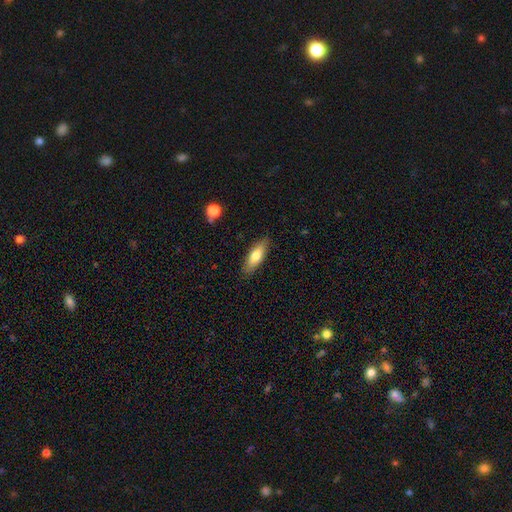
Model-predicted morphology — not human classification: This appears to be a smooth galaxy with no disk features (68%) that is in between round and cigar-shaped (55%). Merging: none (87%).